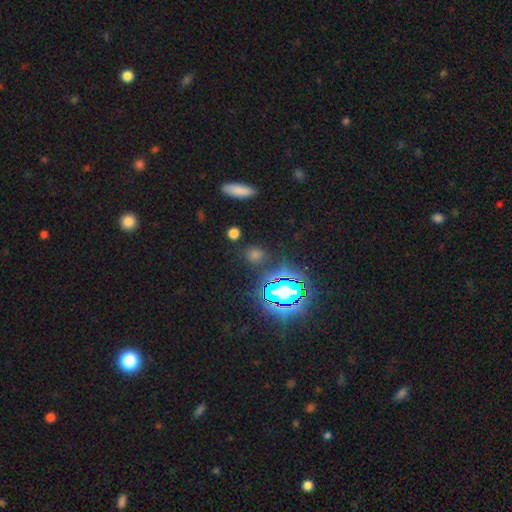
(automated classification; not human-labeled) Q: Smooth or featured?
A: star or artifact (51%); runner-up: smooth (40%)